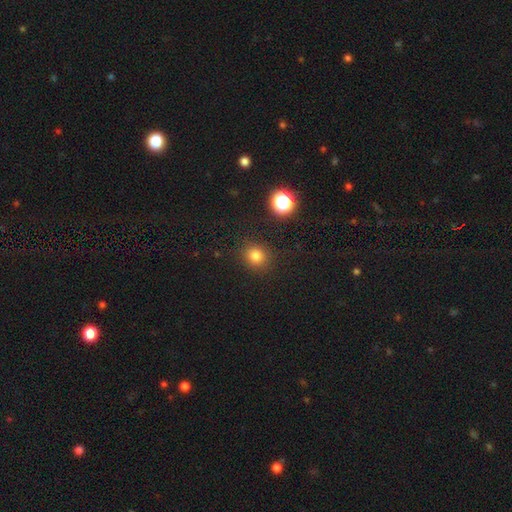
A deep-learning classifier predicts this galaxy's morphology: type=smooth (79%); roundness=round (85%); merging=none (88%).